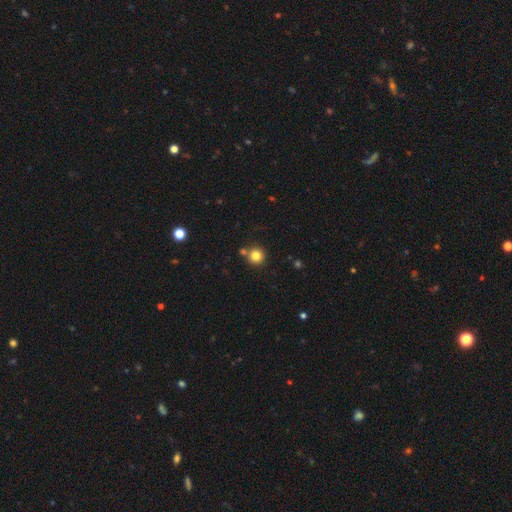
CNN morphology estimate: This appears to be a smooth galaxy with no disk features (82%) that is round (94%). Merging: none (76%).